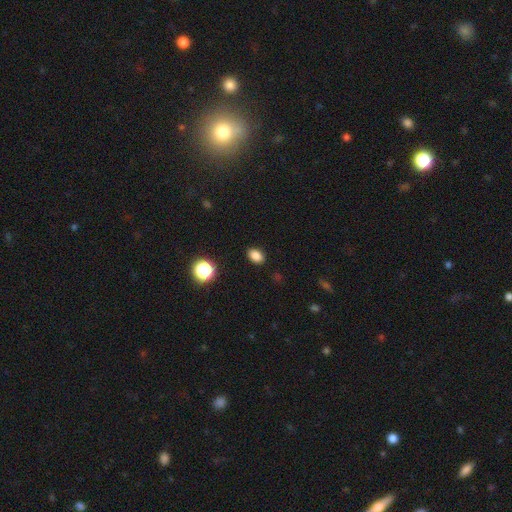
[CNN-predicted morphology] This is clearly a smooth galaxy (84%). How rounded: clearly in between (80%). Merging: clearly none (89%).